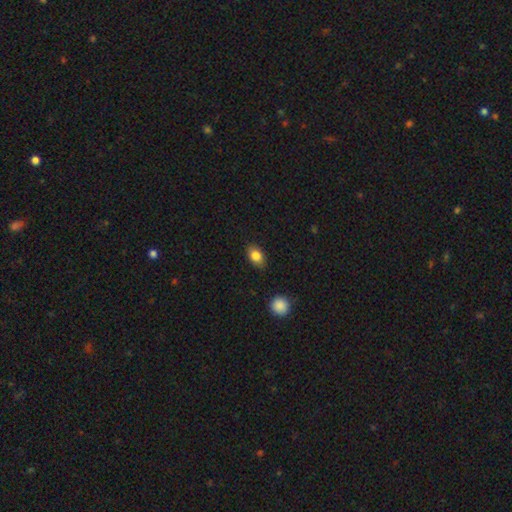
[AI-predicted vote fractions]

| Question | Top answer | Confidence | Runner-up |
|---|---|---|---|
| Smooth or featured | smooth | 83% | star or artifact (9%) |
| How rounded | in between | 79% | round (19%) |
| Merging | none | 86% | minor disturbance (11%) |